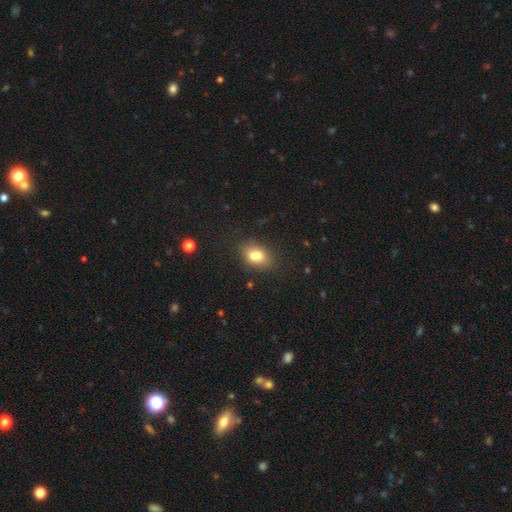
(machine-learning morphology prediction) This appears to be a smooth galaxy with no disk features (74%) that is in between round and cigar-shaped (77%). Merging: none (57%).